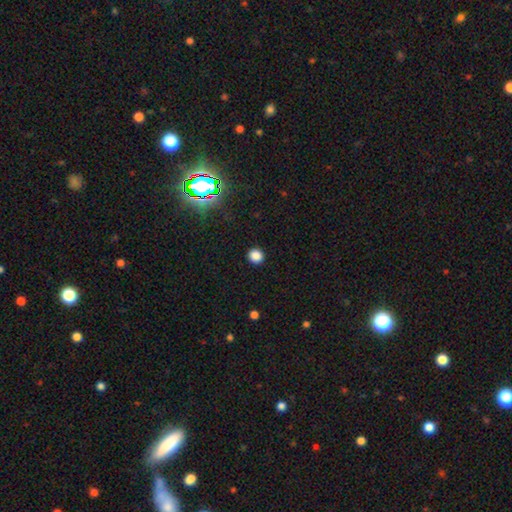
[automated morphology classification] This is clearly a smooth galaxy (84%). How rounded: clearly round (86%). Merging: clearly none (92%).